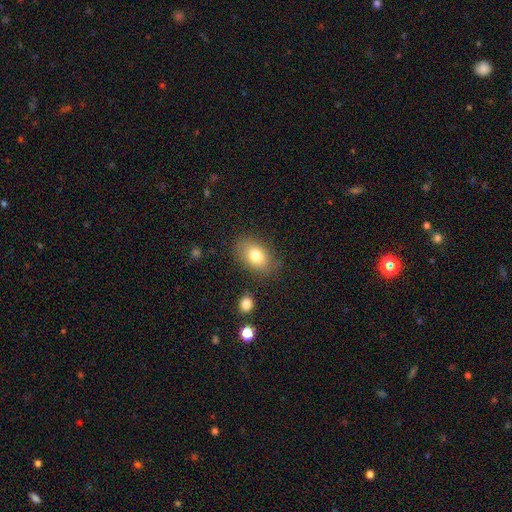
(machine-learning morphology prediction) Smooth or featured: smooth — 78% (featured or disk — 13%)
How rounded: in between — 84% (round — 14%)
Merging: none — 79% (minor disturbance — 14%)